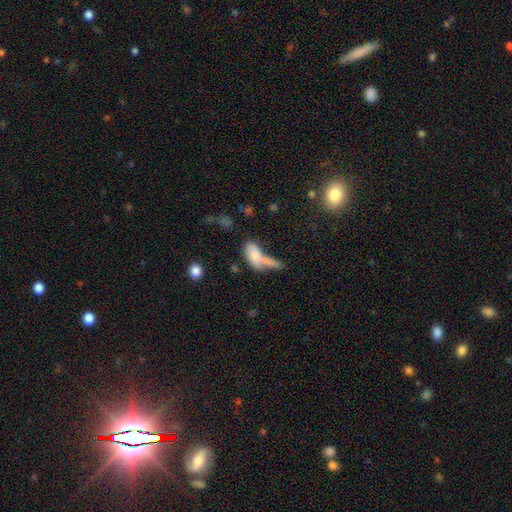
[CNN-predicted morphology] Overall: smooth (73%). How rounded: in between (80%). Merging: merger (50%; none 24%).